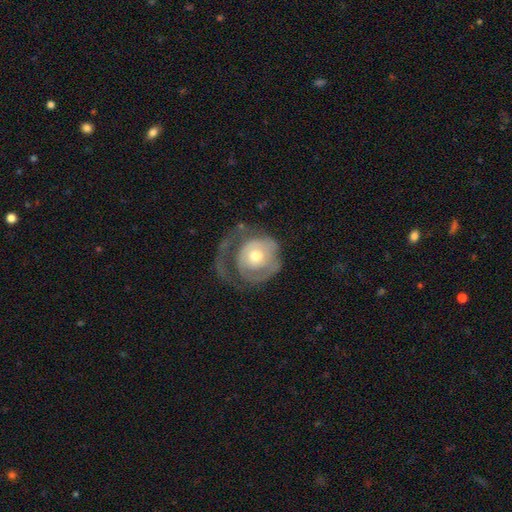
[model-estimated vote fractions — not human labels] Q: Smooth or featured?
A: featured or disk (64%); runner-up: smooth (30%)
Q: Edge-on disk?
A: no (97%); runner-up: yes (3%)
Q: Bar?
A: no (80%); runner-up: weak (16%)
Q: Spiral arms?
A: yes (71%); runner-up: no (29%)
Q: Bulge size?
A: moderate (62%); runner-up: small (29%)
Q: Merging?
A: major disturbance (43%); runner-up: none (36%)